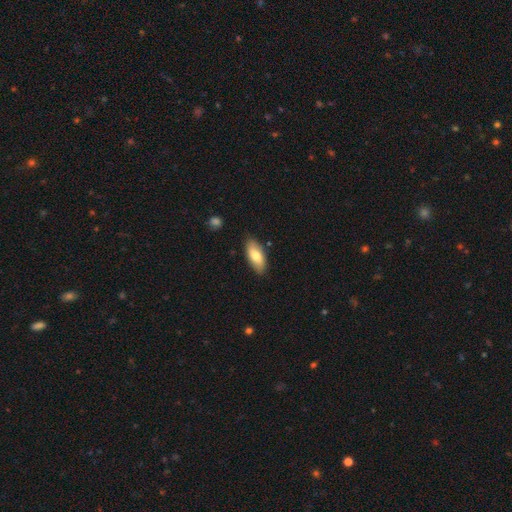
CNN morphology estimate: Smooth or featured? Predicted: smooth (p=0.75). How rounded? Predicted: in between (p=0.87). Merging? Predicted: none (p=0.84).